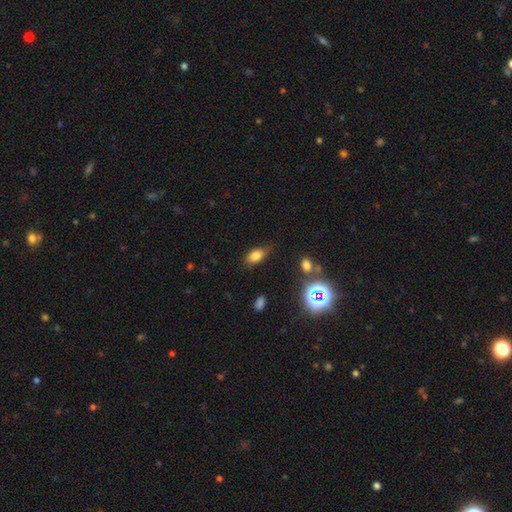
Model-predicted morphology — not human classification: smooth 77%, star or artifact 14%, featured or disk 10%. Down the decision tree: how rounded — in between (85%); merging — none (76%).